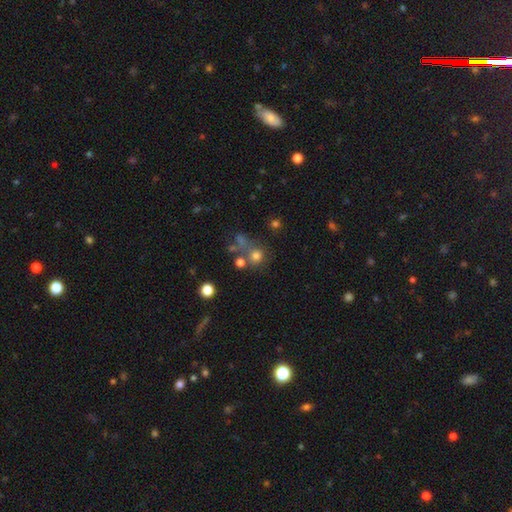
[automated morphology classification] A smooth galaxy with no disk features (69%) that is round (87%).

Vote fractions:
- Smooth or featured? smooth: 69% / star or artifact: 19% / featured or disk: 12%
- How rounded? round: 87% / in between: 12% / cigar-shaped: 1%
- Merging? none: 56% / merger: 25% / minor disturbance: 11% / major disturbance: 8%